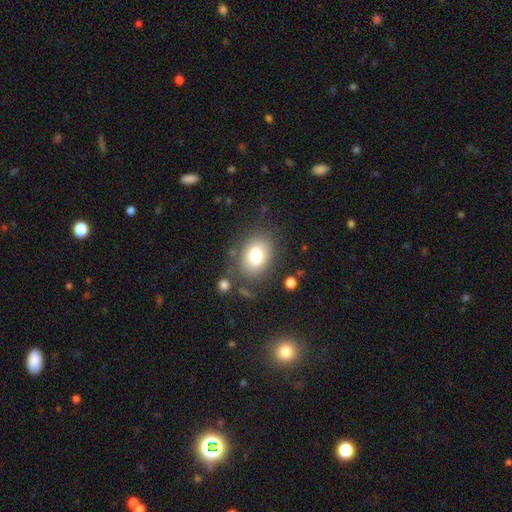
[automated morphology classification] Smooth or featured: smooth — 76% (featured or disk — 14%)
How rounded: in between — 70% (round — 29%)
Merging: none — 75% (minor disturbance — 14%)